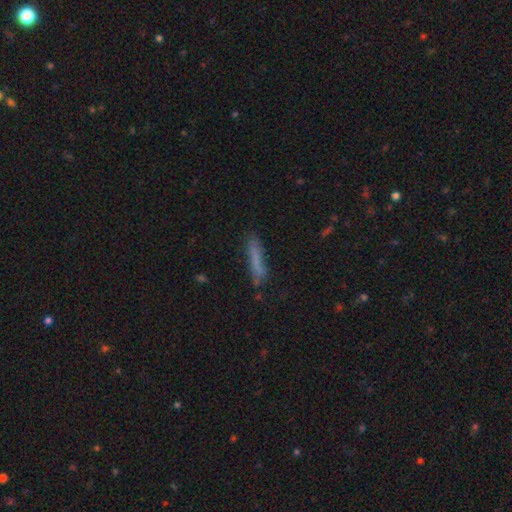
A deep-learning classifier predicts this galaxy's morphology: A smooth galaxy with no disk features (71%) that is cigar-shaped (90%).

Vote fractions:
- Smooth or featured? smooth: 71% / featured or disk: 19% / star or artifact: 10%
- How rounded? cigar-shaped: 90% / in between: 8% / round: 2%
- Merging? none: 74% / minor disturbance: 18% / major disturbance: 5% / merger: 3%